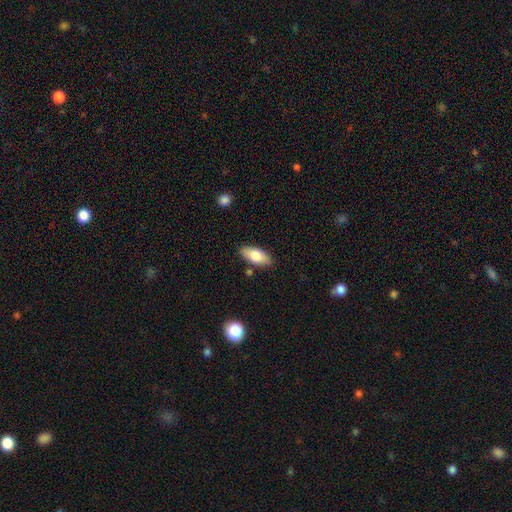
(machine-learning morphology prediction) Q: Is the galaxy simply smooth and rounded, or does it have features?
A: smooth — 75%.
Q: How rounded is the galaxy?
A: in between — 85%.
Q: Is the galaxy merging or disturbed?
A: none — 84%.